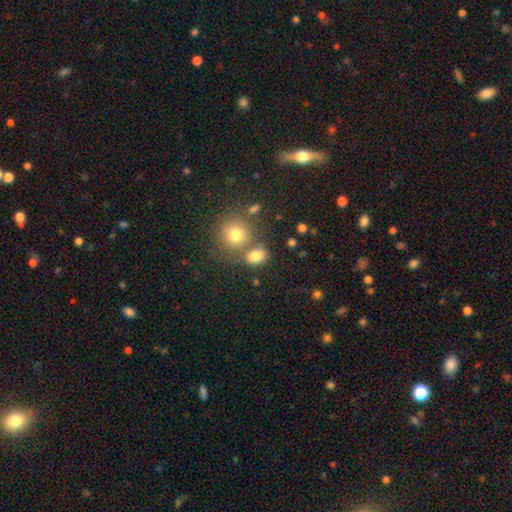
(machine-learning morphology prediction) This appears to be a smooth galaxy with no disk features (79%) that is in between round and cigar-shaped (62%). Merging: none (60%).